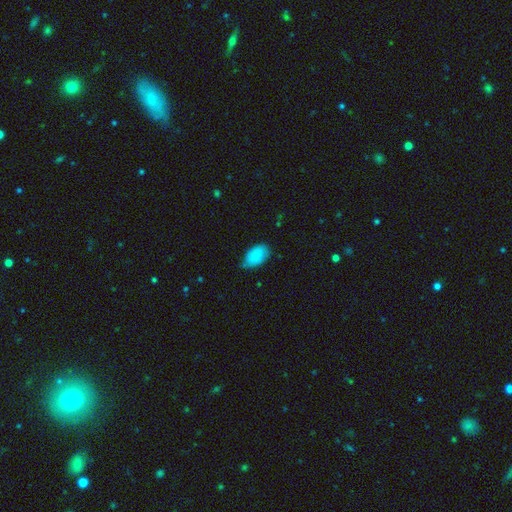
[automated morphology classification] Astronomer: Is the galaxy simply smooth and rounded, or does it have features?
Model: smooth — 85%.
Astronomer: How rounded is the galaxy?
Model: in between — 93%.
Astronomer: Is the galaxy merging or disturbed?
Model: none — 57% (runner-up: minor disturbance, 36%).